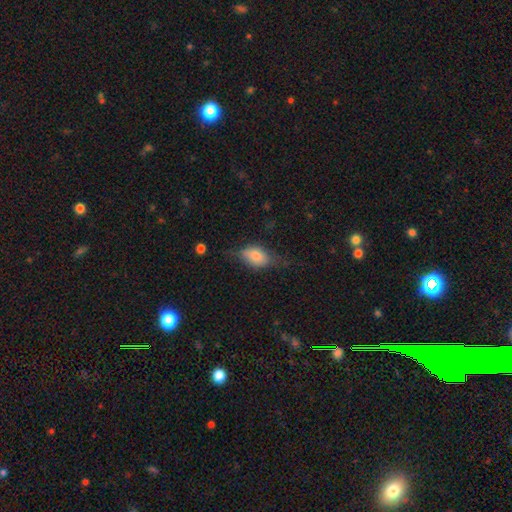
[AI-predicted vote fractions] Smooth or featured? Predicted: smooth (p=0.70). How rounded? Predicted: in between (p=0.84). Merging? Predicted: none (p=0.49).